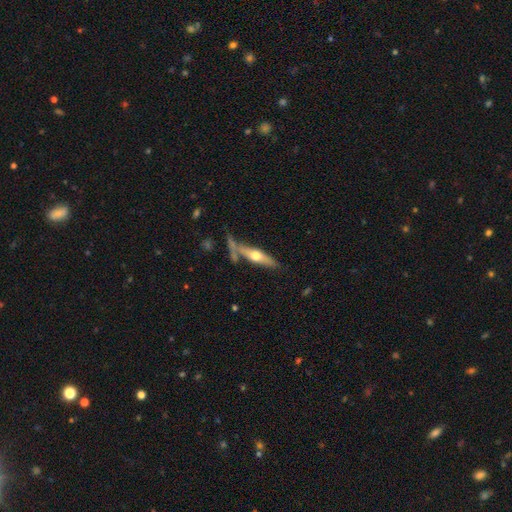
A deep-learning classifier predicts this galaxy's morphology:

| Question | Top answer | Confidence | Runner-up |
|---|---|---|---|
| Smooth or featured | featured or disk | 56% | smooth (38%) |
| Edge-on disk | yes | 89% | no (11%) |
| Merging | none | 64% | minor disturbance (16%) |